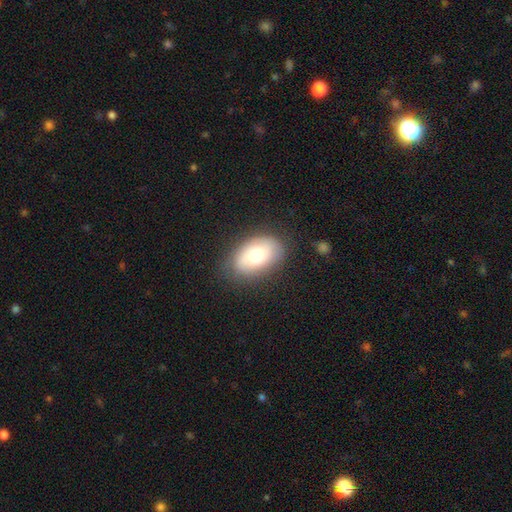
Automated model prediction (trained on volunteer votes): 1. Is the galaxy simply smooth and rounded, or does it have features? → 70% smooth, 22% featured or disk, 8% star or artifact.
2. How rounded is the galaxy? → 90% in between, 9% round, 1% cigar-shaped.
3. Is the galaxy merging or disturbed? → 78% none, 16% minor disturbance, 5% major disturbance, 1% merger.